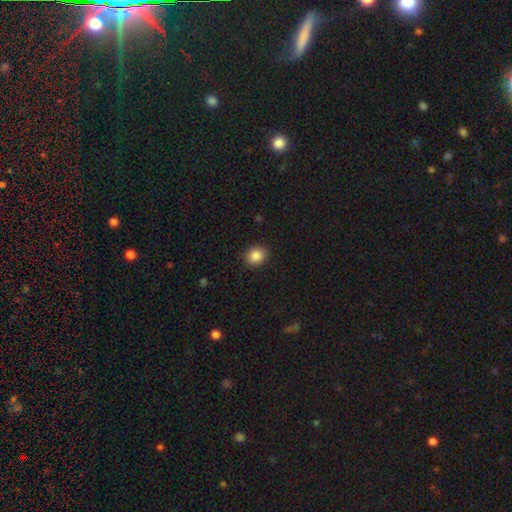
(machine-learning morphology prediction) Smooth or featured? Predicted: smooth (p=0.87). How rounded? Predicted: round (p=0.69). Merging? Predicted: none (p=0.89).